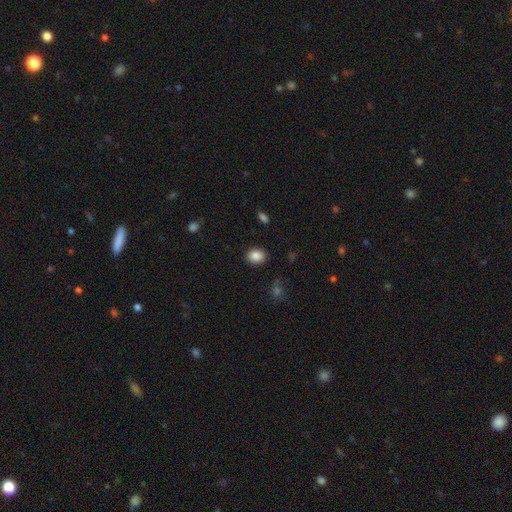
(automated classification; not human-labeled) Morphology: type=smooth (87%); roundness=in between (50%); merging=none (88%).